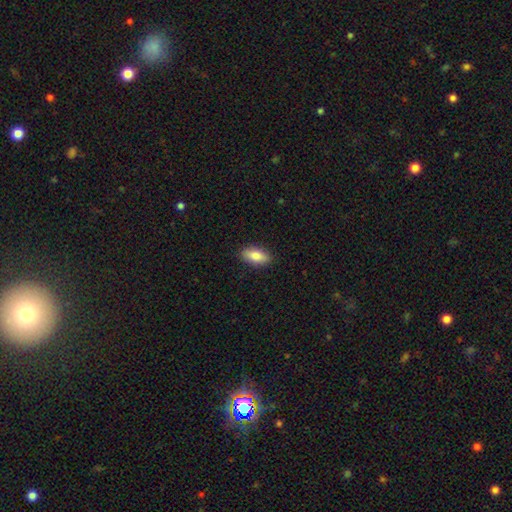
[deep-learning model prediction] smooth_or_featured: smooth (p=0.83) [alt: featured or disk p=0.10]
how_rounded: in between (p=0.88) [alt: cigar-shaped p=0.09]
merging: none (p=0.89) [alt: minor disturbance p=0.08]